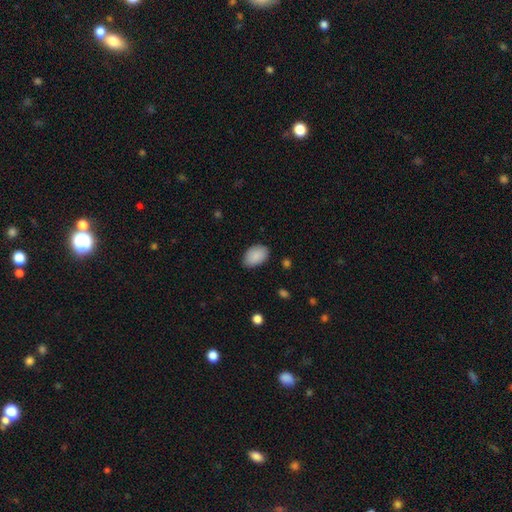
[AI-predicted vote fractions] A smooth galaxy with no disk features (89%) that is in between round and cigar-shaped (90%).

Vote fractions:
- Smooth or featured? smooth: 89% / star or artifact: 6% / featured or disk: 5%
- How rounded? in between: 90% / round: 9% / cigar-shaped: 1%
- Merging? none: 81% / minor disturbance: 15% / major disturbance: 3% / merger: 1%